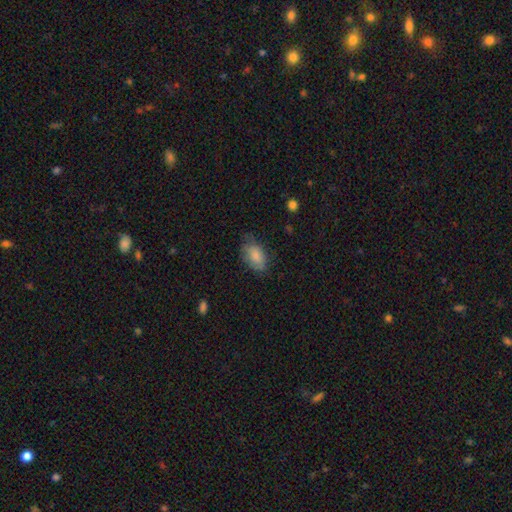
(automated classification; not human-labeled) The model was most divided on "merging": none: 64%, minor disturbance: 27%, major disturbance: 8%, merger: 1%. More confident: how rounded — in between (91%); smooth or featured — smooth (82%).